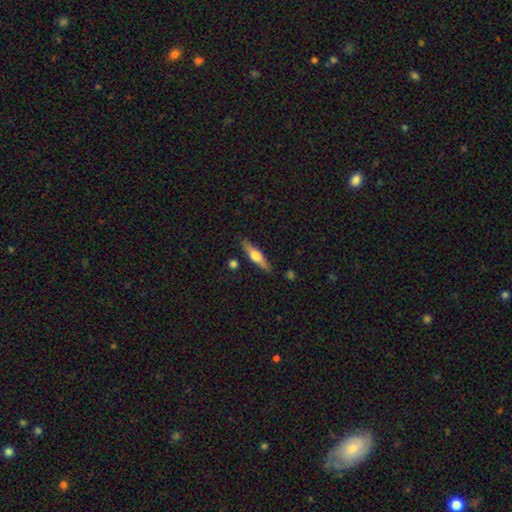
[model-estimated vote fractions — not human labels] Smooth or featured: featured or disk — 54% (smooth — 40%)
Edge-on disk: yes — 94% (no — 6%)
Edge-on bulge: rounded — 91% (boxy — 6%)
Merging: none — 85% (minor disturbance — 10%)